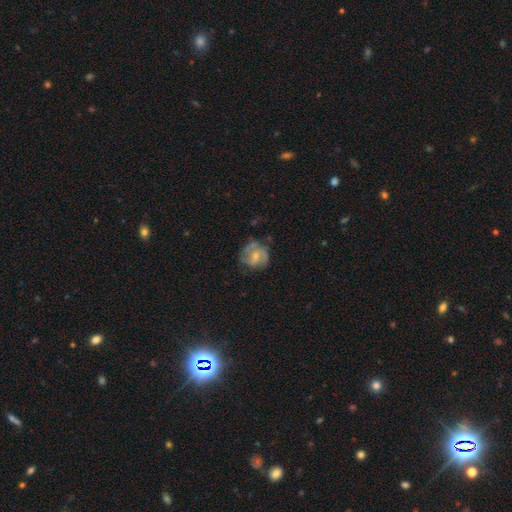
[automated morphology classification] smooth-or-featured: featured or disk: 60% | smooth: 33% | star or artifact: 7%
  disk-edge-on: no: 98% | yes: 2%
    bar: no: 48% | weak: 42% | strong: 10%
    has-spiral-arms: yes: 78% | no: 22%
    bulge-size: small: 46% | moderate: 40% | none: 9% | large: 3% | dominant: 1%
  merging: none: 61% | minor disturbance: 23% | major disturbance: 13% | merger: 3%